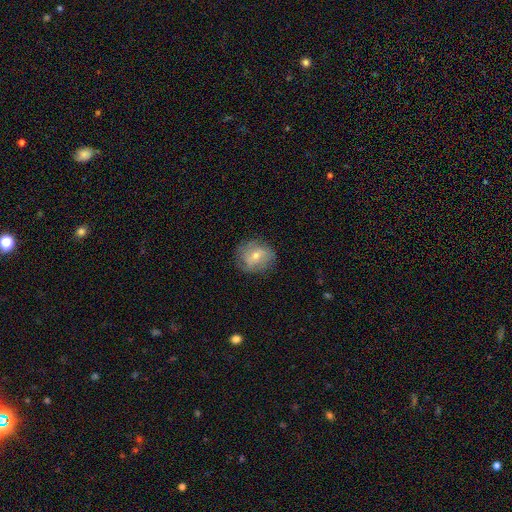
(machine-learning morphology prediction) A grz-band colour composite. It shows a featured or disk galaxy (45%, tied with smooth). Merging: none (78%).